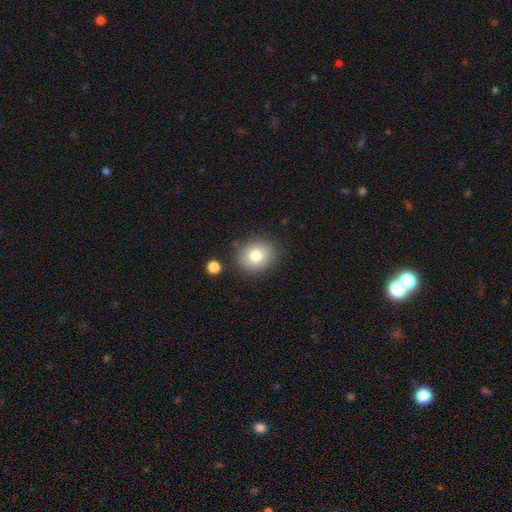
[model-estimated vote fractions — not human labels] Smooth or featured: smooth — 80% (featured or disk — 11%)
How rounded: round — 59% (in between — 40%)
Merging: none — 83% (minor disturbance — 10%)